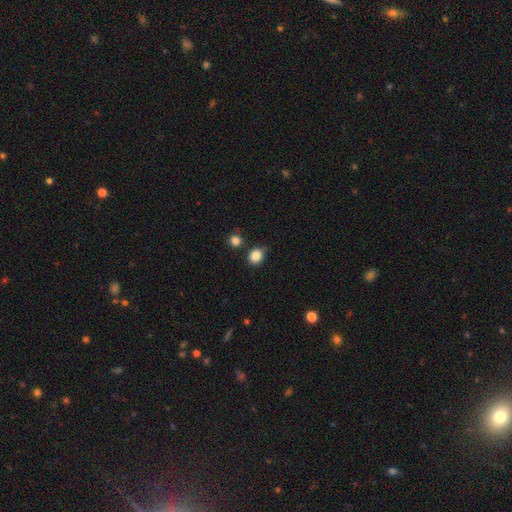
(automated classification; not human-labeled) The model was most divided on "how rounded": round: 64%, in between: 35%, cigar-shaped: 1%. More confident: smooth or featured — smooth (86%); merging — none (73%).